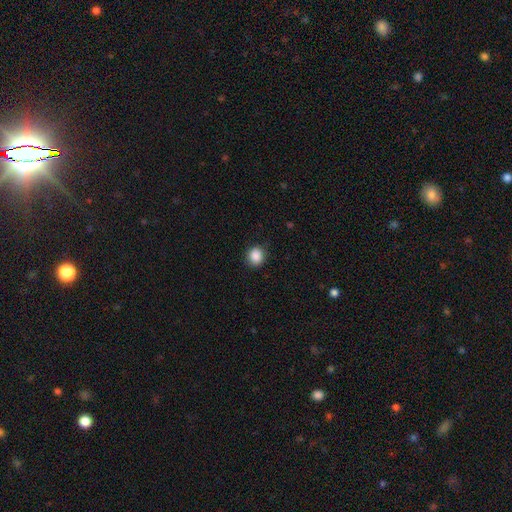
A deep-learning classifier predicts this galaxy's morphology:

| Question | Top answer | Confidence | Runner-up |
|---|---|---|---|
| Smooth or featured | smooth | 88% | star or artifact (9%) |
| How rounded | round | 82% | in between (17%) |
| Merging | none | 86% | minor disturbance (11%) |